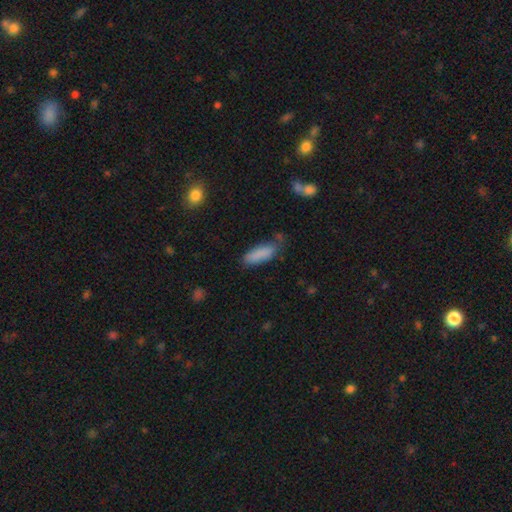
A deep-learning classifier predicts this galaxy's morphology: This appears to be a smooth galaxy with no disk features (85%) that is in between round and cigar-shaped (58%). Merging: none (65%).